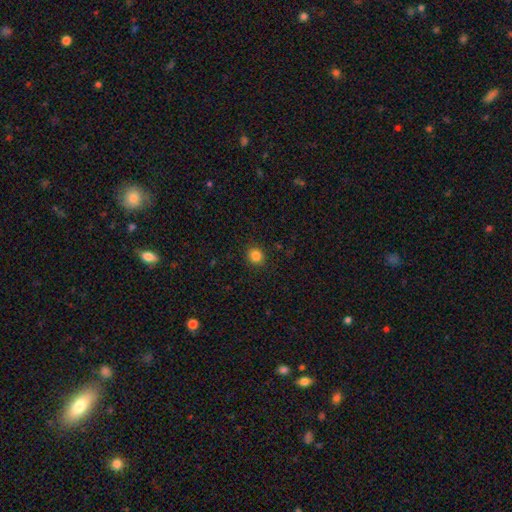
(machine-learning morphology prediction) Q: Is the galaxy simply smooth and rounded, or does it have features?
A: smooth — 84%.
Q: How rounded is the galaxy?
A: round — 86%.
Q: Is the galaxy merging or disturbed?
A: none — 90%.